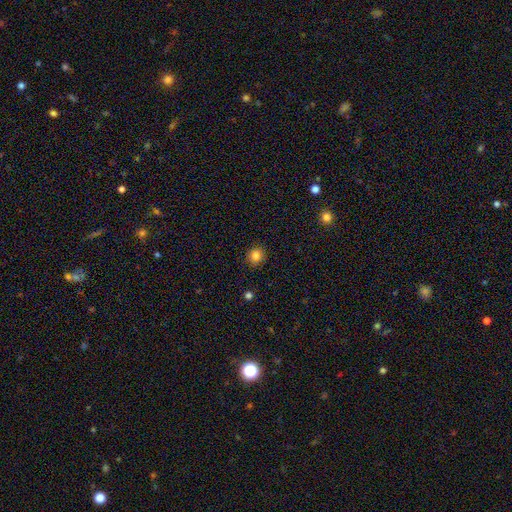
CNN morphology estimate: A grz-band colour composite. It shows a smooth galaxy with no disk features (82%) that is round (87%). Merging: none (91%).